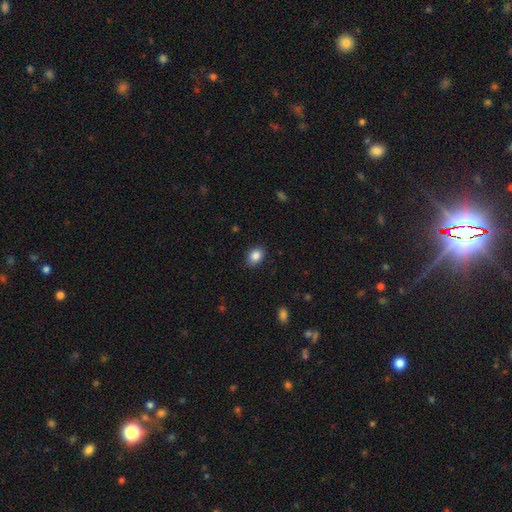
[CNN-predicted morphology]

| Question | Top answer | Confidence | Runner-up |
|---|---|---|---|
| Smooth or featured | smooth | 86% | star or artifact (9%) |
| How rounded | in between | 68% | round (31%) |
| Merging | none | 88% | minor disturbance (9%) |